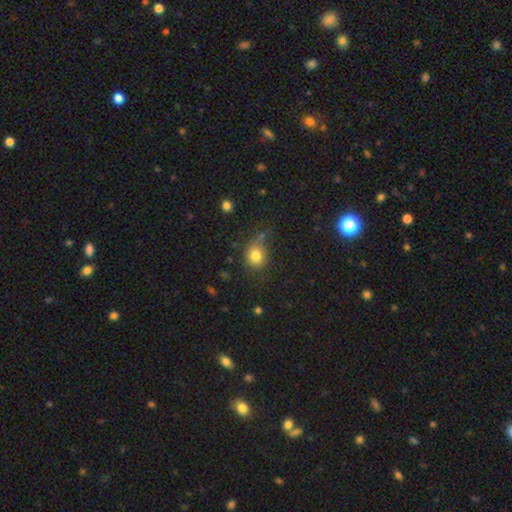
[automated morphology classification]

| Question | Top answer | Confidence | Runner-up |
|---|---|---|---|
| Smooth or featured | smooth | 80% | star or artifact (11%) |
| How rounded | round | 68% | in between (31%) |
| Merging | none | 59% | minor disturbance (25%) |